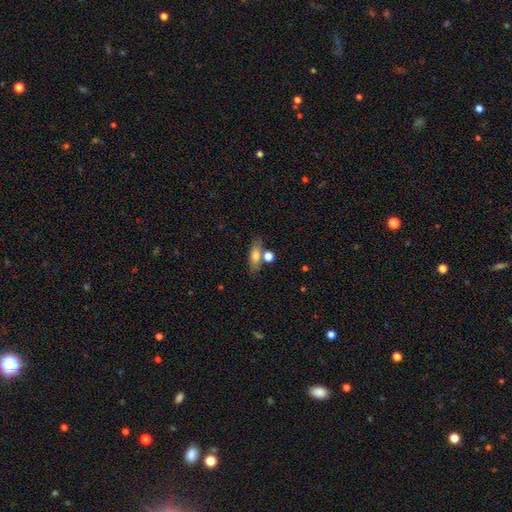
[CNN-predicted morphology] smooth_or_featured: smooth (p=0.70) [alt: featured or disk p=0.21]
how_rounded: in between (p=0.61) [alt: cigar-shaped p=0.33]
merging: none (p=0.65) [alt: merger p=0.18]